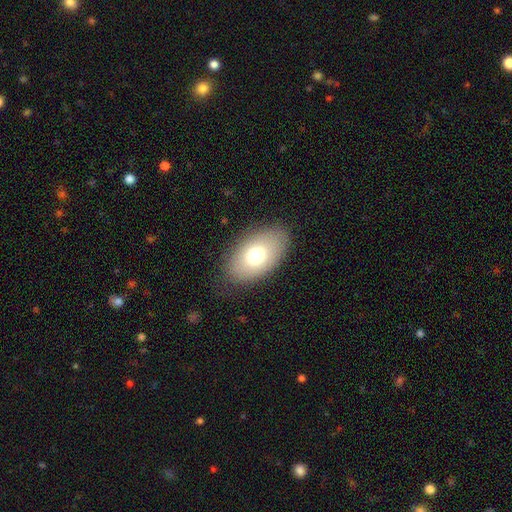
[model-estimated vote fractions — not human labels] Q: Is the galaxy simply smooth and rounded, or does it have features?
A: smooth — 71%.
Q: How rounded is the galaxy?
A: in between — 90%.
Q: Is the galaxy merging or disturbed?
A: none — 83%.